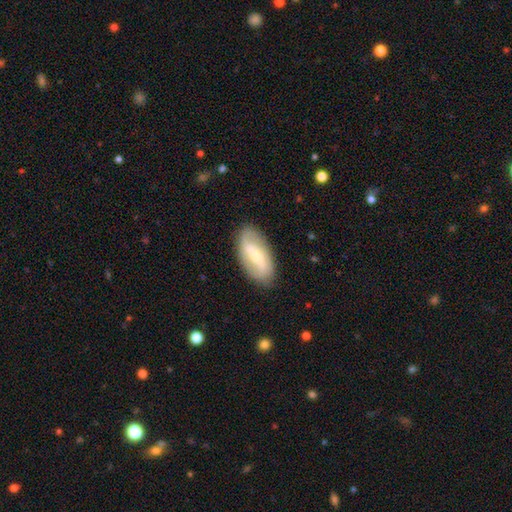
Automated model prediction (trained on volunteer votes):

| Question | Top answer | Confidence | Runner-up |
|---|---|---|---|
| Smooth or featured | featured or disk | 67% | smooth (28%) |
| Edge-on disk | no | 91% | yes (9%) |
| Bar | weak | 41% | tied: strong (41%) |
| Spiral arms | yes | 76% | no (24%) |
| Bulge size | small | 55% | moderate (40%) |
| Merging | none | 84% | minor disturbance (12%) |